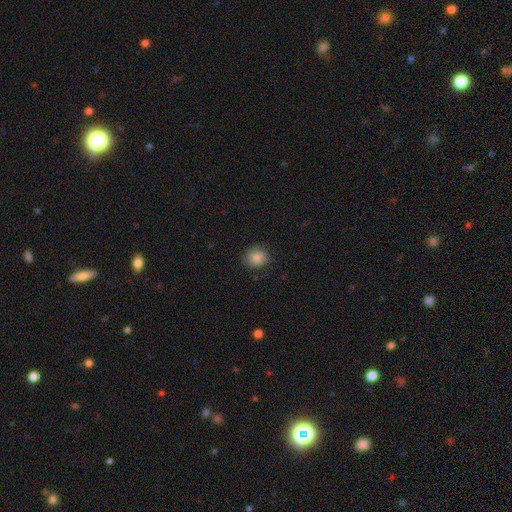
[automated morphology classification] A smooth galaxy with no disk features (82%) that is round (86%). Merging: none (85%).